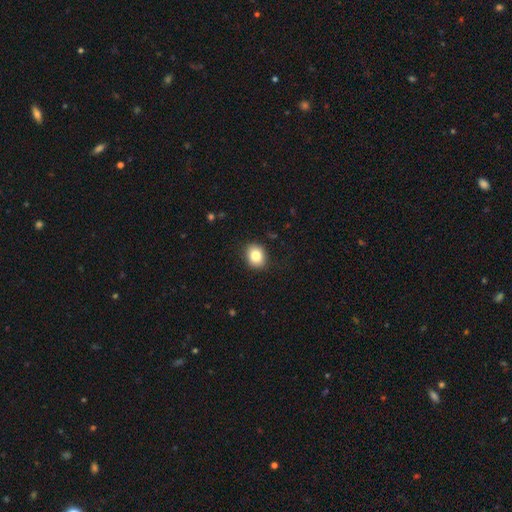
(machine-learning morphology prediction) A smooth galaxy with no disk features (82%) that is round (55%).

Vote fractions:
- Smooth or featured? smooth: 82% / star or artifact: 10% / featured or disk: 8%
- How rounded? round: 55% / in between: 44% / cigar-shaped: 1%
- Merging? none: 87% / minor disturbance: 9% / major disturbance: 2% / merger: 1%